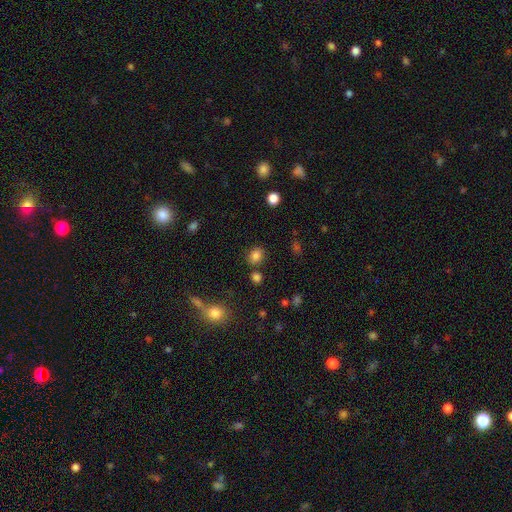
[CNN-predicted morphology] type=smooth (82%); roundness=round (57%); merging=none (79%).